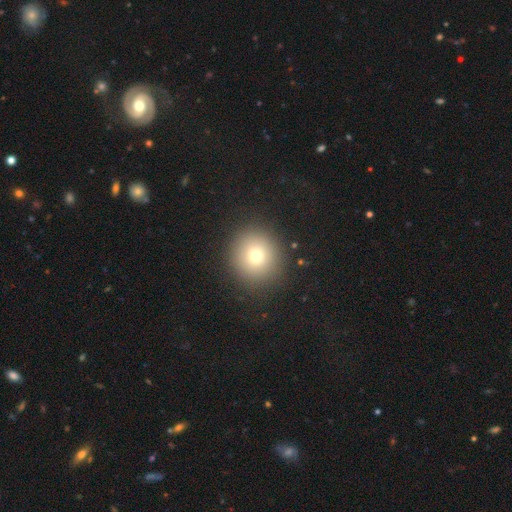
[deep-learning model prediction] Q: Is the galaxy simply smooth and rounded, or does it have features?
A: smooth — 74%.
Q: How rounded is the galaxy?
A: round — 91%.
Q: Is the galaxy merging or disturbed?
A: none — 90%.